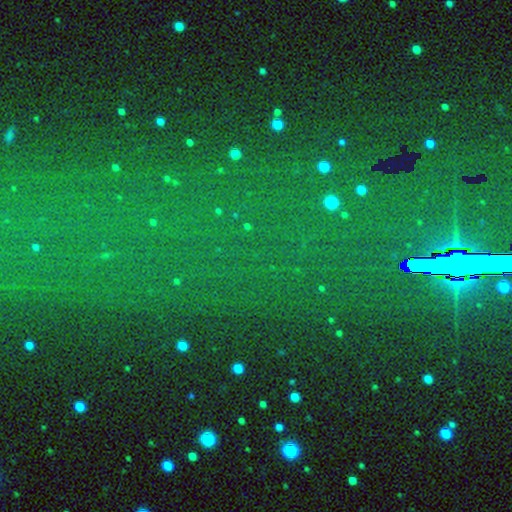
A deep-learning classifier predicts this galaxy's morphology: type=star or artifact (83%).